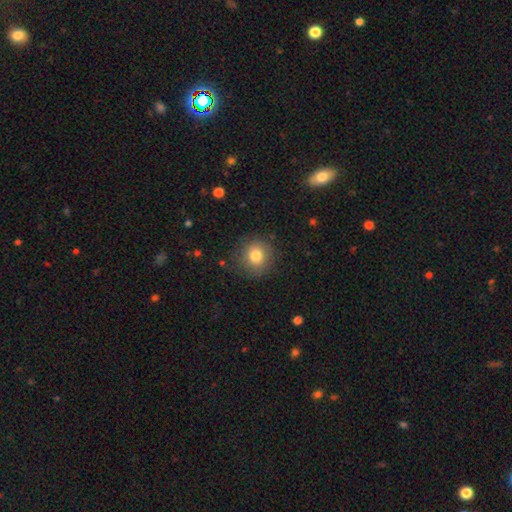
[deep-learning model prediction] Smooth or featured? smooth (79%)
How rounded? round (90%)
Merging? none (84%)